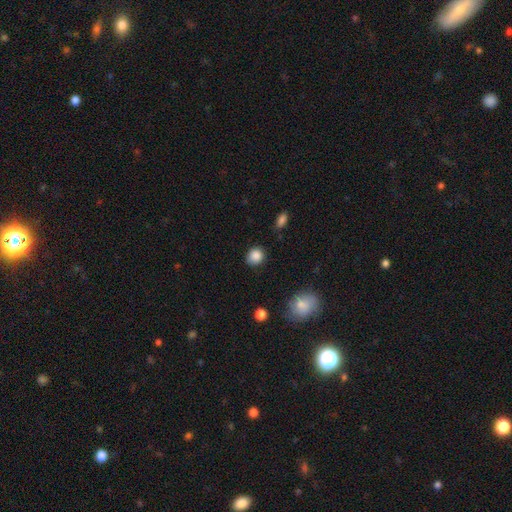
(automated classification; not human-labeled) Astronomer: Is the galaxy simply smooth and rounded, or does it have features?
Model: smooth — 87%.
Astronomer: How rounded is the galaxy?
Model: round — 77%.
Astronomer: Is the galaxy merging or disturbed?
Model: none — 83%.